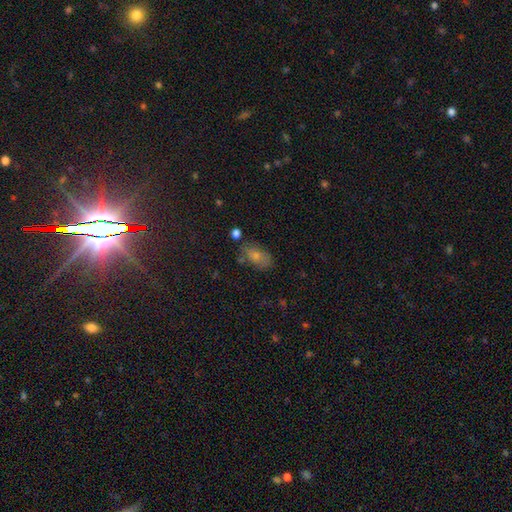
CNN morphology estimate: A smooth galaxy with no disk features (57%) that is in between round and cigar-shaped (86%).

Vote fractions:
- Smooth or featured? smooth: 57% / star or artifact: 24% / featured or disk: 19%
- How rounded? in between: 86% / round: 10% / cigar-shaped: 4%
- Merging? none: 73% / minor disturbance: 18% / major disturbance: 5% / merger: 5%